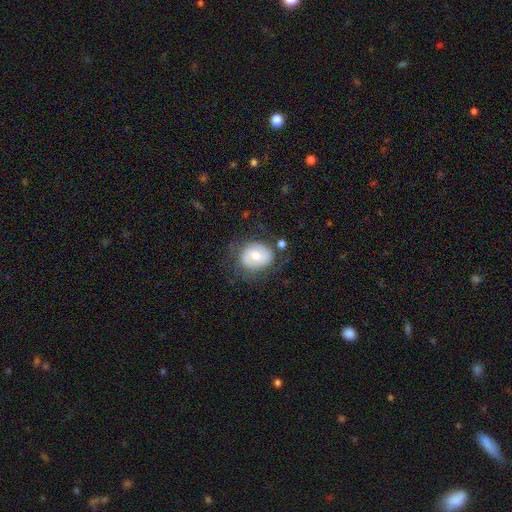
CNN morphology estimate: smooth_or_featured: smooth (p=0.50) [alt: featured or disk p=0.42]
how_rounded: round (p=0.56) [alt: in between p=0.43]
merging: none (p=0.61) [alt: minor disturbance p=0.21]